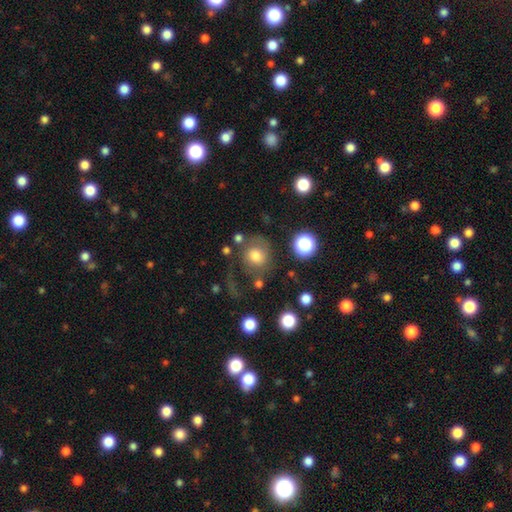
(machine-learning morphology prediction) Smooth or featured?
  - smooth: 61% *
  - featured or disk: 27%
  - star or artifact: 13%
How rounded?
  - round: 79% *
  - in between: 20%
  - cigar-shaped: 1%
Merging?
  - none: 48% *
  - major disturbance: 26%
  - minor disturbance: 19%
  - merger: 7%